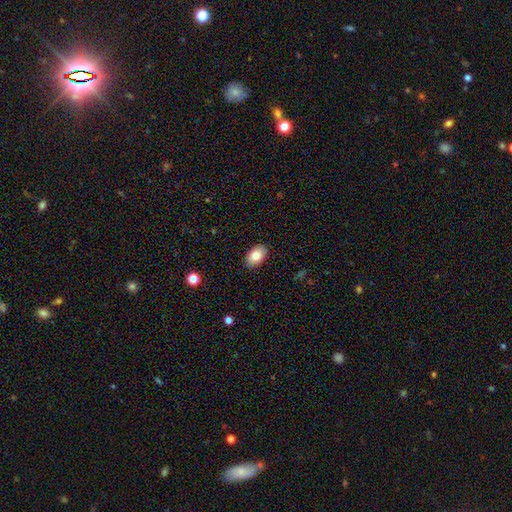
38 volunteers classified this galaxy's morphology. smooth 92%, featured or disk 8%, star or artifact 0%. Down the decision tree: how rounded — in between (94%); merging — none (89%).